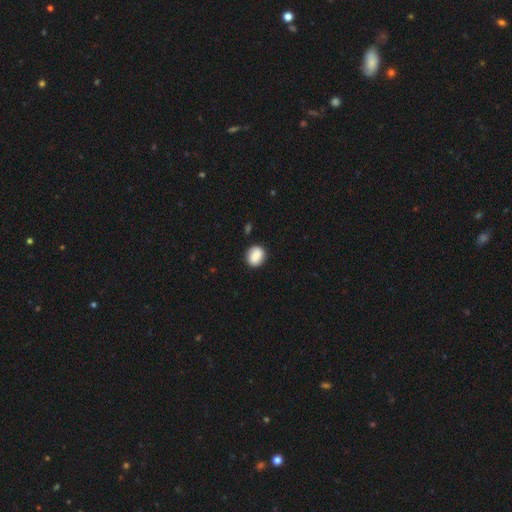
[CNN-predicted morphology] The model was most divided on "how rounded": round: 64%, in between: 34%, cigar-shaped: 1%. More confident: merging — none (85%); smooth or featured — smooth (82%).